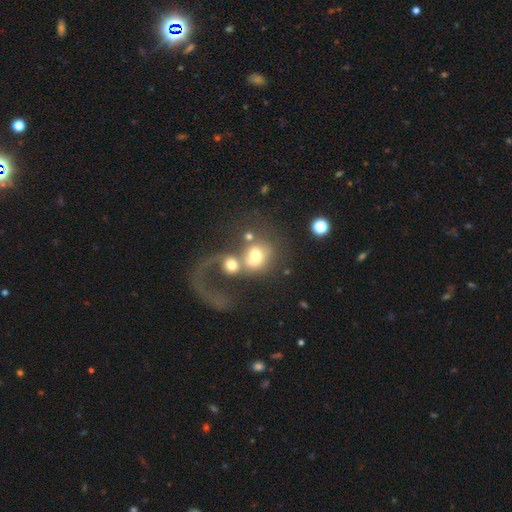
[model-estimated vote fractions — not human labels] smooth-or-featured: smooth: 51% | featured or disk: 38% | star or artifact: 12%
  how-rounded: round: 70% | in between: 29% | cigar-shaped: 1%
  merging: merger: 59% | major disturbance: 21% | none: 15% | minor disturbance: 6%